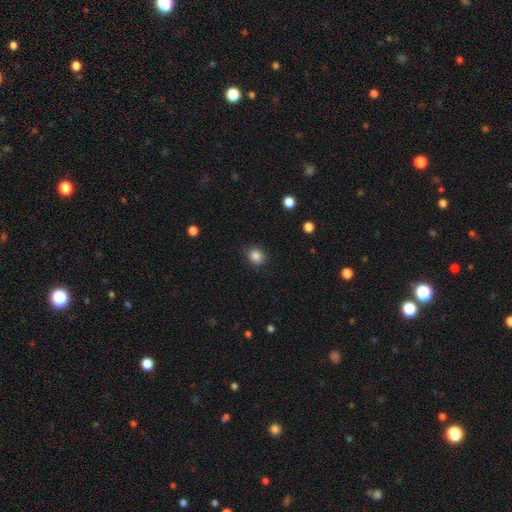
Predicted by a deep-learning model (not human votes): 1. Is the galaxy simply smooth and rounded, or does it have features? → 85% smooth, 10% star or artifact, 4% featured or disk.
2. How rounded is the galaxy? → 68% round, 31% in between, 1% cigar-shaped.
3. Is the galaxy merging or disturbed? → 85% none, 11% minor disturbance, 3% major disturbance, 1% merger.